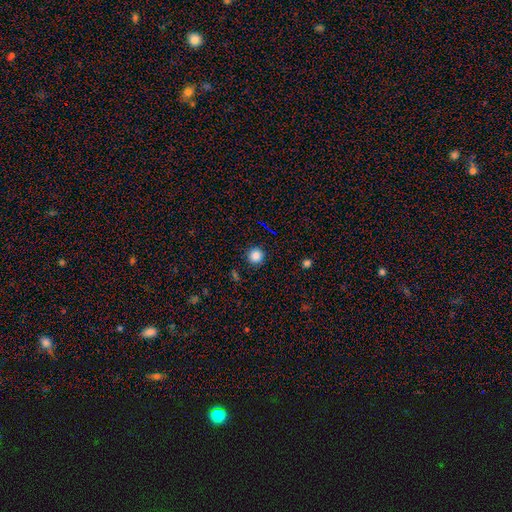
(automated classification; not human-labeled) Smooth or featured? smooth (84%)
How rounded? round (96%)
Merging? none (91%)